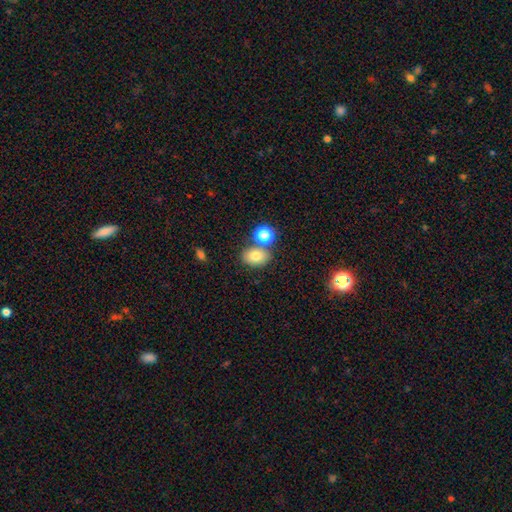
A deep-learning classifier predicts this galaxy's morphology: A smooth galaxy with no disk features (78%) that is in between round and cigar-shaped (67%). Merging: none (68%).